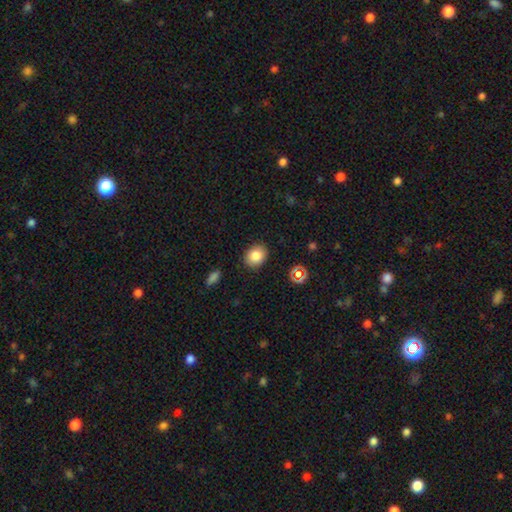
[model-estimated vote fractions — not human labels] Q: Smooth or featured?
A: smooth (82%); runner-up: star or artifact (11%)
Q: How rounded?
A: in between (51%); runner-up: round (48%)
Q: Merging?
A: none (88%); runner-up: minor disturbance (9%)